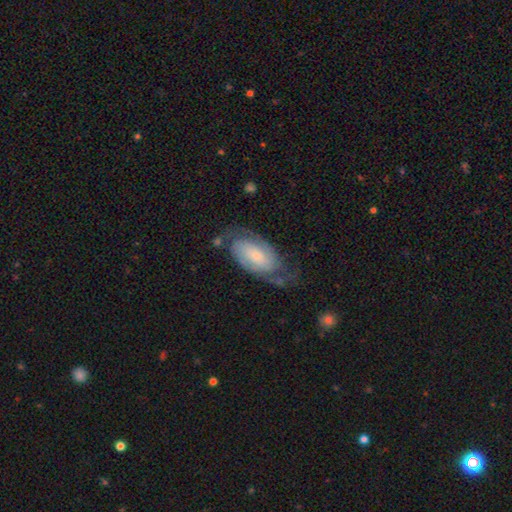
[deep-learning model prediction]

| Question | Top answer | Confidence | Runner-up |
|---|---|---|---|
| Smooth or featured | featured or disk | 74% | smooth (20%) |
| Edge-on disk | no | 95% | yes (5%) |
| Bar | no | 61% | weak (29%) |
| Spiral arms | yes | 92% | no (8%) |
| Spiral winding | tight | 42% | medium (40%) |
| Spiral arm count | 2 | 81% | can't tell (11%) |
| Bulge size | small | 66% | moderate (24%) |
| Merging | none | 60% | minor disturbance (22%) |